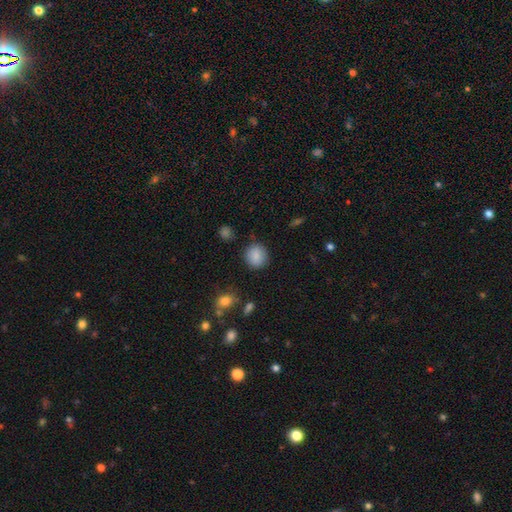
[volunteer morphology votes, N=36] A smooth galaxy with no disk features (92%) that is round (82%). Merging: none (86%).